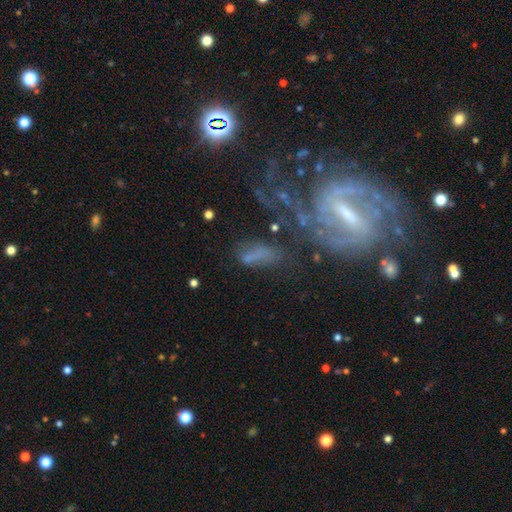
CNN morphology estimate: Q: Smooth or featured?
A: featured or disk (67%); runner-up: smooth (18%)
Q: Edge-on disk?
A: no (89%); runner-up: yes (11%)
Q: Bar?
A: strong (47%); runner-up: weak (36%)
Q: Spiral arms?
A: yes (81%); runner-up: no (19%)
Q: Bulge size?
A: small (39%); runner-up: moderate (38%)
Q: Merging?
A: none (51%); runner-up: minor disturbance (19%)